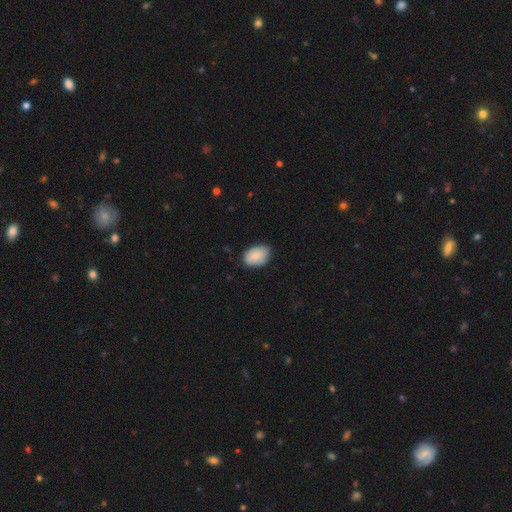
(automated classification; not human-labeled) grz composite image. It shows a smooth galaxy with no disk features (85%) that is in between round and cigar-shaped (87%). Merging: none (74%).